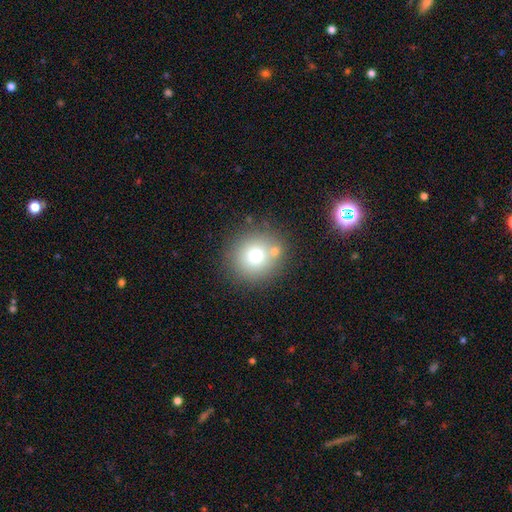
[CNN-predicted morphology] This appears to be a smooth galaxy with no disk features (71%) that is round (91%). Merging: none (75%).